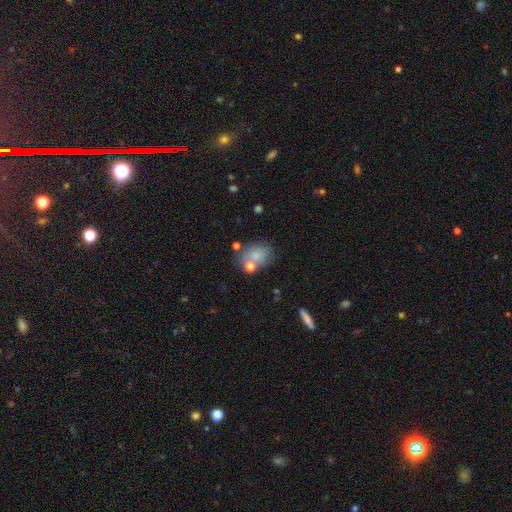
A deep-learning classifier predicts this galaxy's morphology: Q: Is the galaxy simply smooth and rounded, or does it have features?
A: smooth — 75%.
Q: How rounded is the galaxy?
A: in between — 65%.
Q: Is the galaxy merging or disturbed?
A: none — 58%.